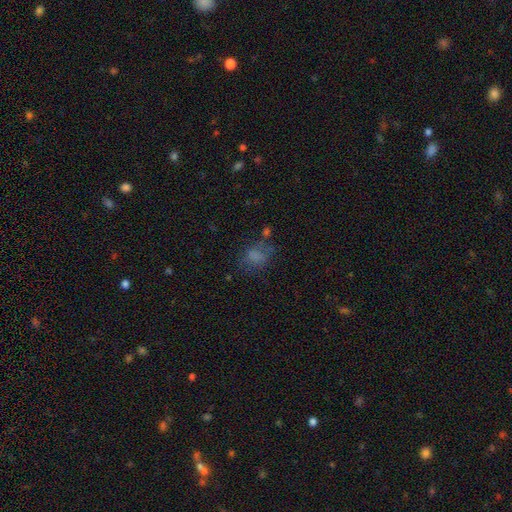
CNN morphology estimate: smooth-or-featured: smooth: 65% | star or artifact: 18% | featured or disk: 17%
  how-rounded: in between: 59% | round: 40% | cigar-shaped: 2%
  merging: none: 50% | minor disturbance: 22% | major disturbance: 20% | merger: 8%